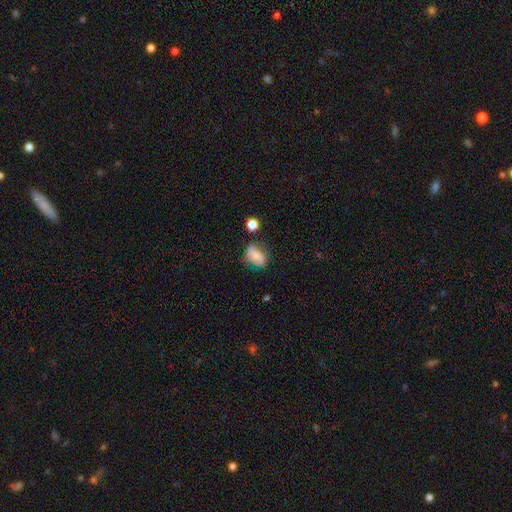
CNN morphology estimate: Smooth or featured?
  - smooth: 62% *
  - featured or disk: 27%
  - star or artifact: 11%
How rounded?
  - in between: 81% *
  - round: 17%
  - cigar-shaped: 3%
Merging?
  - none: 53% *
  - minor disturbance: 29%
  - major disturbance: 11%
  - merger: 7%